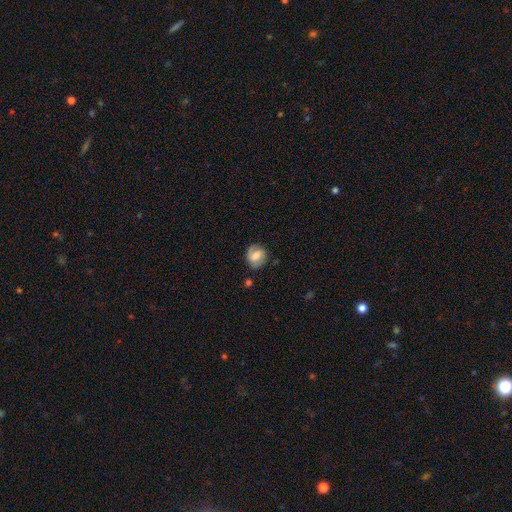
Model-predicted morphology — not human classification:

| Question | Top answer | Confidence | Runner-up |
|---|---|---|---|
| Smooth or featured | smooth | 46% | tied: featured or disk (46%) |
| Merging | none | 73% | minor disturbance (18%) |